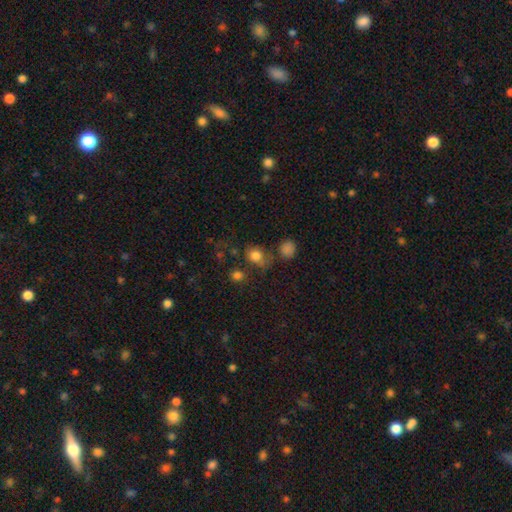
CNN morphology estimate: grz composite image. It shows a smooth galaxy with no disk features (79%) that is round (64%). Merging: none (62%).